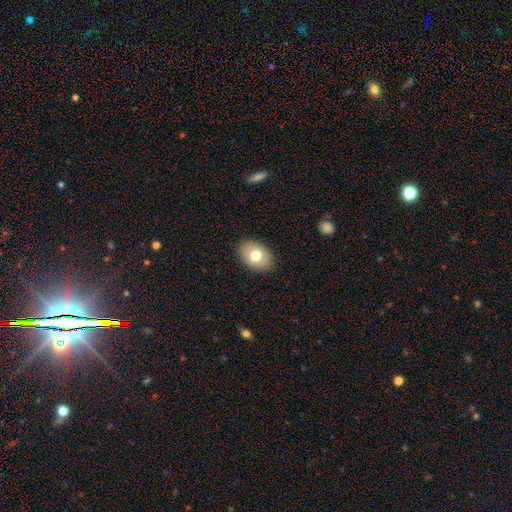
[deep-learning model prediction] This appears to be a smooth galaxy with no disk features (74%) that is in between round and cigar-shaped (80%). Merging: none (88%).